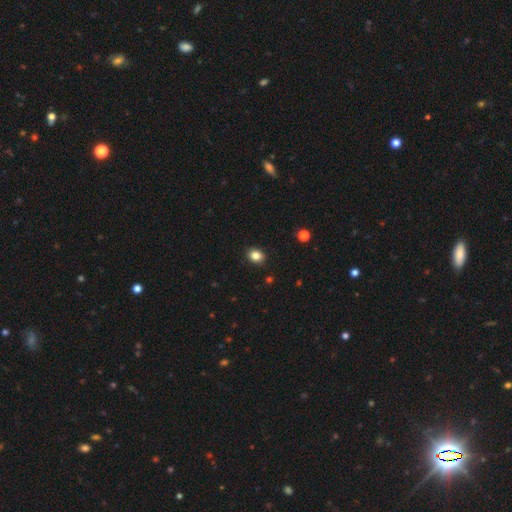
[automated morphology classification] This appears to be a smooth galaxy with no disk features (85%) that is in between round and cigar-shaped (50%). Merging: none (90%).